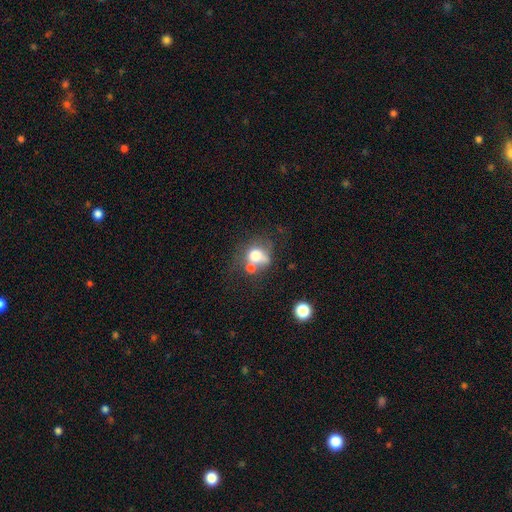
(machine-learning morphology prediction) A smooth galaxy with no disk features (67%) that is round (59%).

Vote fractions:
- Smooth or featured? smooth: 67% / featured or disk: 21% / star or artifact: 12%
- How rounded? round: 59% / in between: 40% / cigar-shaped: 1%
- Merging? merger: 39% / none: 29% / minor disturbance: 16% / major disturbance: 16%